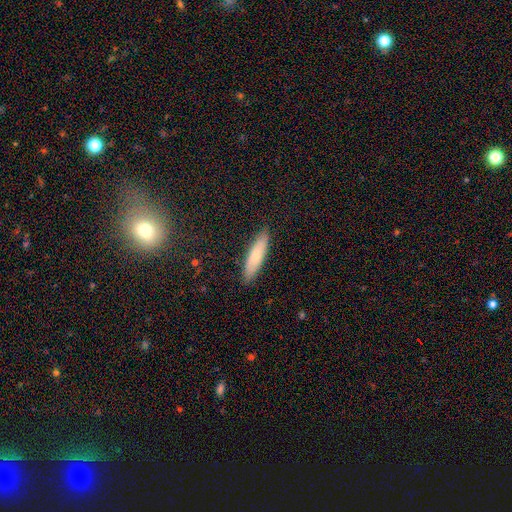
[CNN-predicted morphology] Q: Smooth or featured?
A: smooth (75%); runner-up: featured or disk (19%)
Q: How rounded?
A: cigar-shaped (72%); runner-up: in between (27%)
Q: Merging?
A: none (89%); runner-up: minor disturbance (9%)